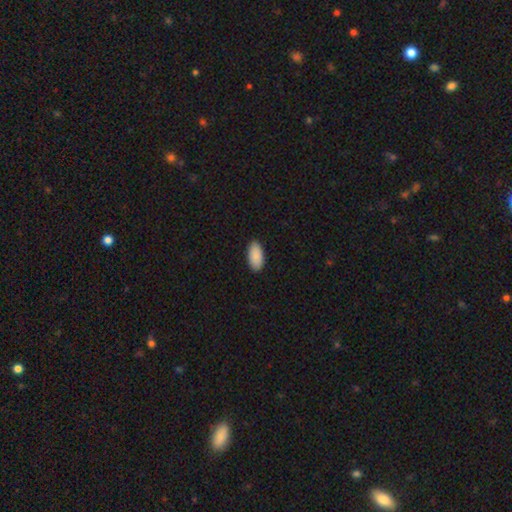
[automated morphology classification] A smooth galaxy with no disk features (91%) that is in between round and cigar-shaped (95%).

Vote fractions:
- Smooth or featured? smooth: 91% / star or artifact: 6% / featured or disk: 3%
- How rounded? in between: 95% / cigar-shaped: 3% / round: 2%
- Merging? none: 90% / minor disturbance: 8% / major disturbance: 2% / merger: 1%